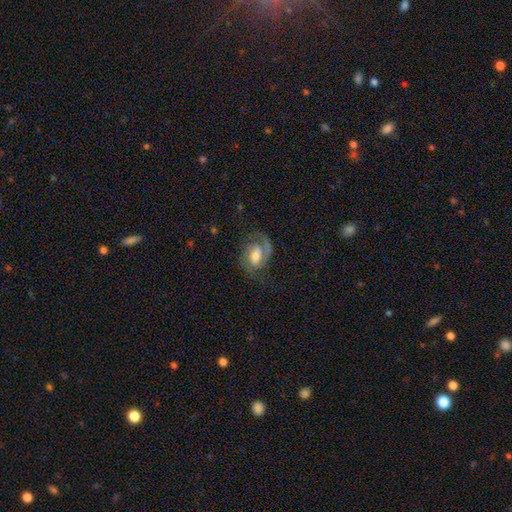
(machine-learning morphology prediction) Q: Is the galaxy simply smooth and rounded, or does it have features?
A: featured or disk — 73%.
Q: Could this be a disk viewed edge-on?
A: no — 97%.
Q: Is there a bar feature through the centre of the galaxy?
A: weak — 45%.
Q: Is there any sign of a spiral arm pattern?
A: yes — 92%.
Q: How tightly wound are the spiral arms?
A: medium — 47%.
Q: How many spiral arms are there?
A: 2 — 61%.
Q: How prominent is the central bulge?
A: moderate — 48%.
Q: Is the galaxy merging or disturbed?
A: none — 59%.